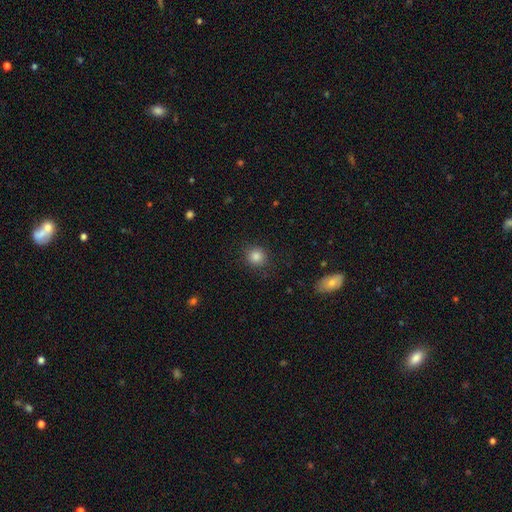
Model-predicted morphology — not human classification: type=smooth (85%); roundness=round (90%); merging=none (88%).